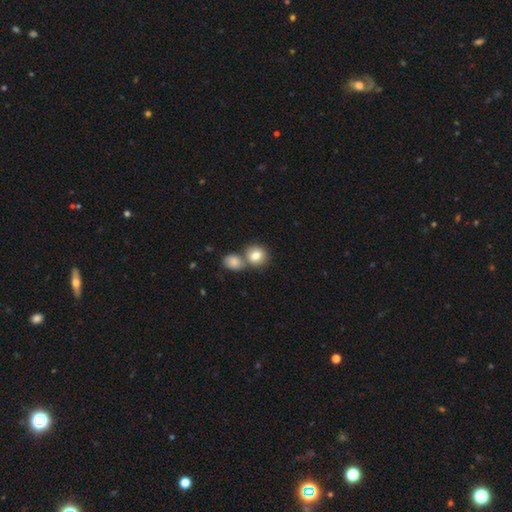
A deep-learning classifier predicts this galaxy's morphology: Overall: smooth (83%). How rounded: round (77%). Merging: none (46%; merger 43%).